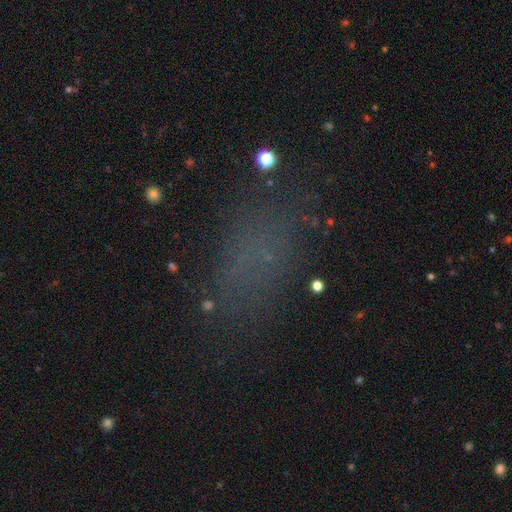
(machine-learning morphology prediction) smooth 56%, star or artifact 33%, featured or disk 11%. Down the decision tree: how rounded — in between (79%); merging — none (72%).